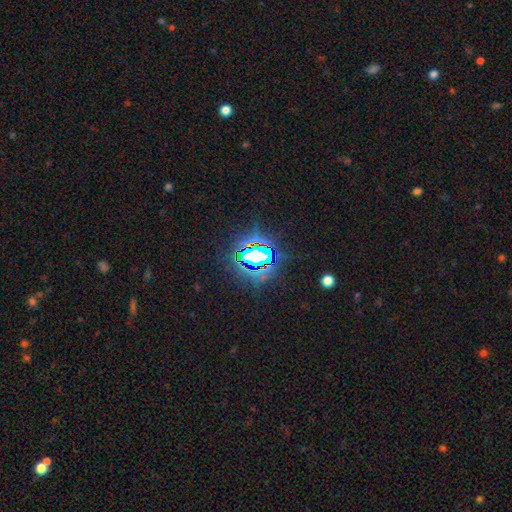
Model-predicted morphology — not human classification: Smooth or featured? star or artifact (76%)